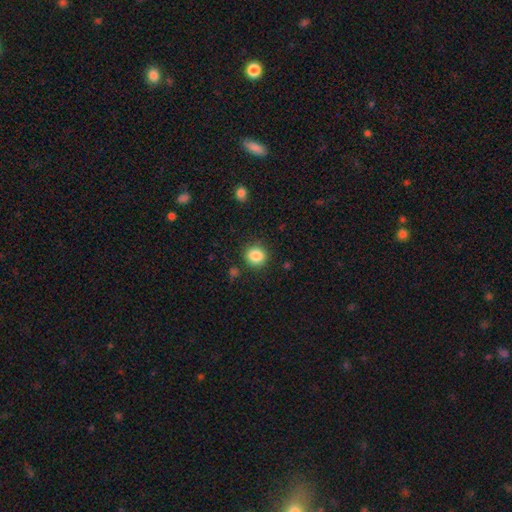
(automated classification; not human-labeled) Smooth or featured? smooth (87%)
How rounded? round (87%)
Merging? none (87%)